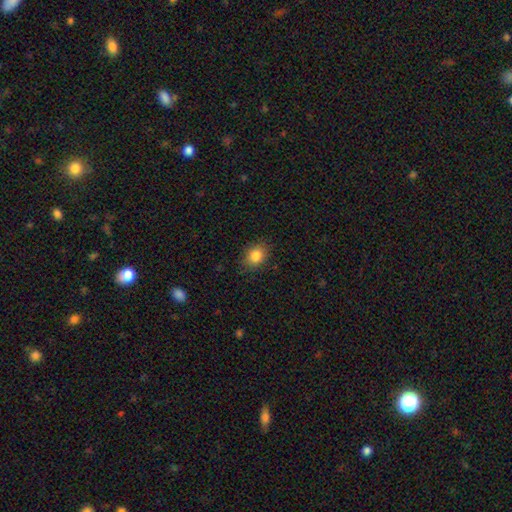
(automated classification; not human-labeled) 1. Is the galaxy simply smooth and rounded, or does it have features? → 85% smooth, 9% star or artifact, 6% featured or disk.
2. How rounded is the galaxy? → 58% in between, 40% round, 1% cigar-shaped.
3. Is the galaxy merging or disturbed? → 85% none, 11% minor disturbance, 3% major disturbance, 1% merger.